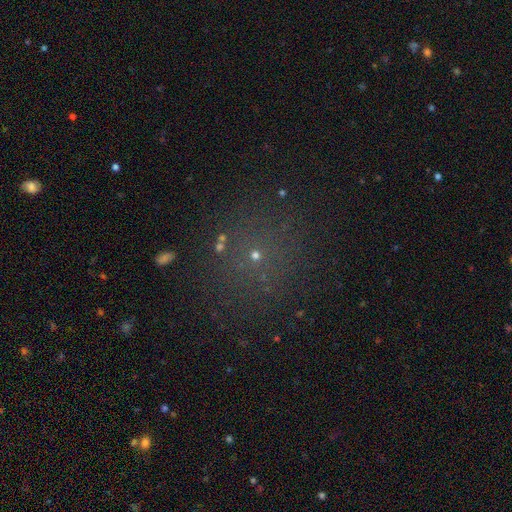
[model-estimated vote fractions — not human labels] This appears to be a smooth galaxy with no disk features (49%). Merging: none (81%).